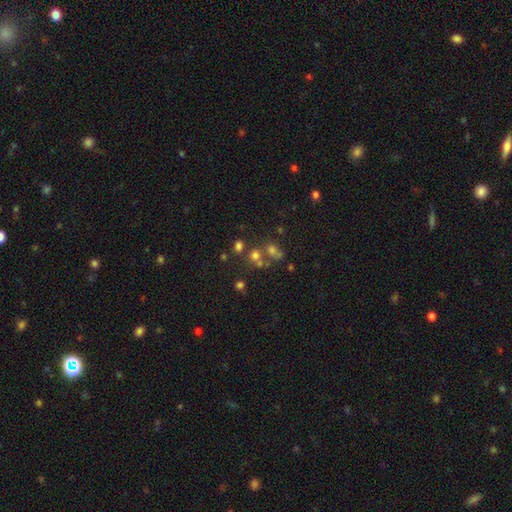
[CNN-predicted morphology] smooth 55%, star or artifact 29%, featured or disk 16%. Down the decision tree: how rounded — round (71%); merging — none (48%).